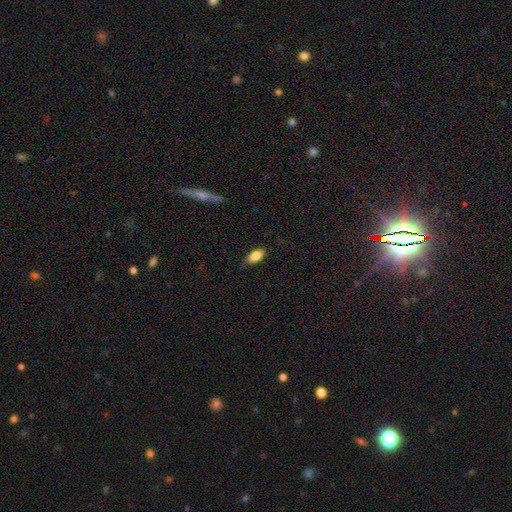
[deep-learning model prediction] Smooth or featured: smooth — 84% (featured or disk — 9%)
How rounded: in between — 88% (cigar-shaped — 9%)
Merging: none — 83% (minor disturbance — 13%)